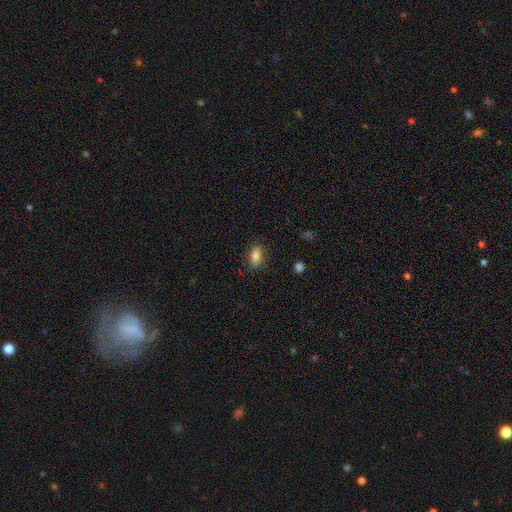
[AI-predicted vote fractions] This is clearly a smooth galaxy (84%). How rounded: clearly in between (87%). Merging: clearly none (83%).